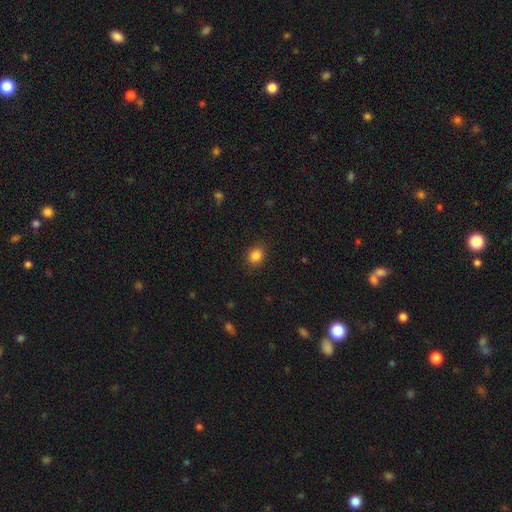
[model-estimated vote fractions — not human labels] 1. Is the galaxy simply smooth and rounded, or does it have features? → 84% smooth, 11% star or artifact, 4% featured or disk.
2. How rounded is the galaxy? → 69% round, 30% in between, 1% cigar-shaped.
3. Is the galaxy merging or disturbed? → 88% none, 8% minor disturbance, 2% major disturbance, 1% merger.